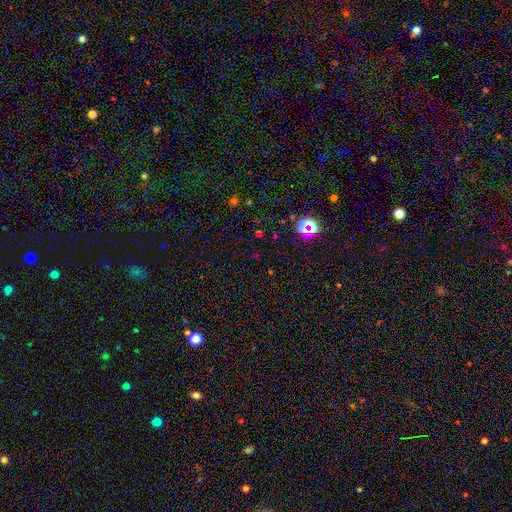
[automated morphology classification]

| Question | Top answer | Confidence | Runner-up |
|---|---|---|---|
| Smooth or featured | star or artifact | 65% | smooth (28%) |